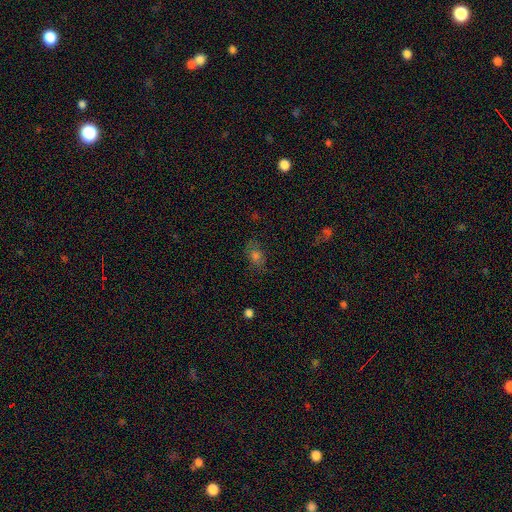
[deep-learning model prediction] Overall: smooth (56%; star or artifact 24%). How rounded: in between (67%; round 30%). Merging: none (74%).